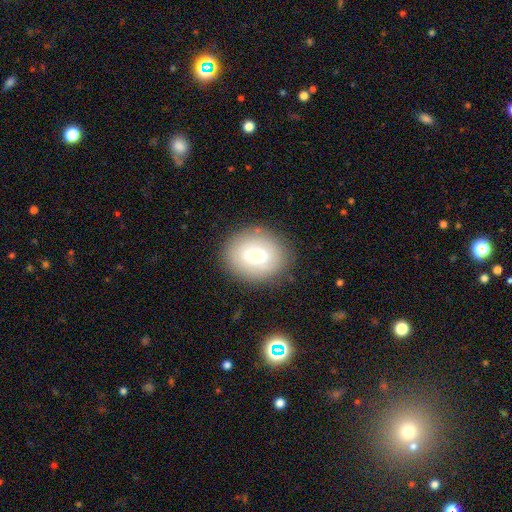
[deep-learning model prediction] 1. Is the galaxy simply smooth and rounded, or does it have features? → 63% smooth, 28% featured or disk, 9% star or artifact.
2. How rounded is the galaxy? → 67% round, 32% in between, 1% cigar-shaped.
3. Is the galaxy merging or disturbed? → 84% none, 11% minor disturbance, 4% major disturbance, 2% merger.